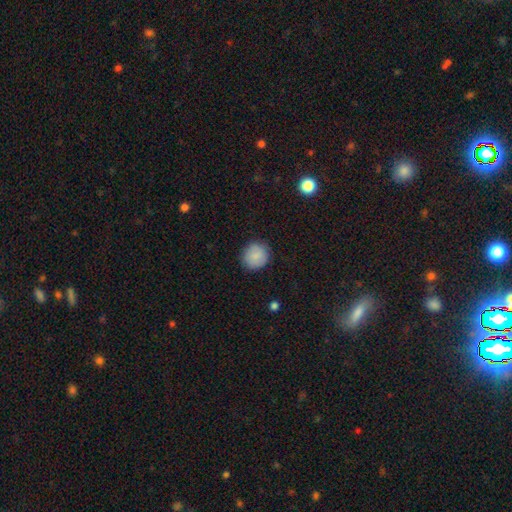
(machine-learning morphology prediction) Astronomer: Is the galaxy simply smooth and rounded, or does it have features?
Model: smooth — 85%.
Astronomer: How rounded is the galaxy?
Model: round — 87%.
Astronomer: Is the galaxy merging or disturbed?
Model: none — 85%.